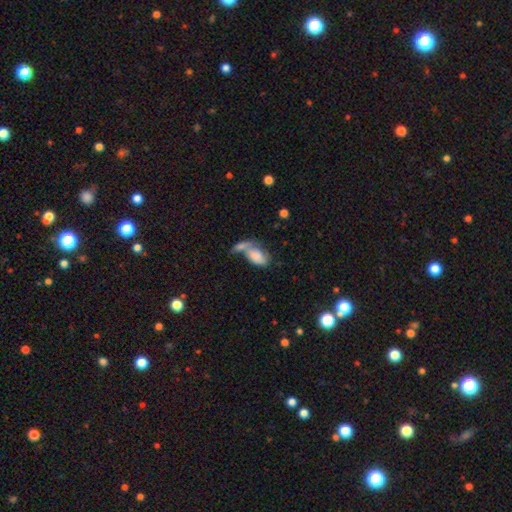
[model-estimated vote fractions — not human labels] Smooth or featured: smooth — 77% (featured or disk — 16%)
How rounded: in between — 92% (round — 6%)
Merging: merger — 56% (none — 20%)